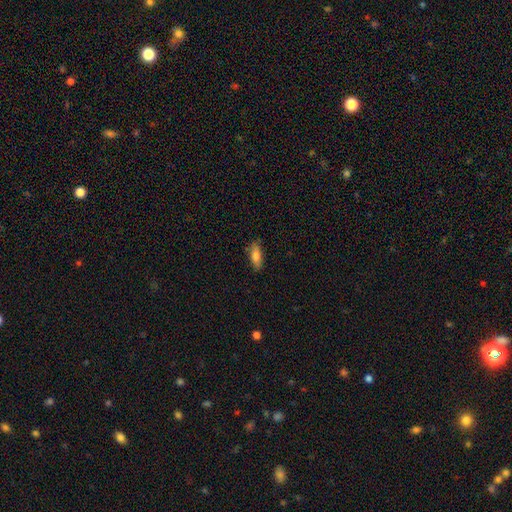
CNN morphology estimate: Smooth or featured?
  - smooth: 79% *
  - featured or disk: 14%
  - star or artifact: 7%
How rounded?
  - in between: 67% *
  - cigar-shaped: 31%
  - round: 2%
Merging?
  - none: 82% *
  - minor disturbance: 14%
  - major disturbance: 3%
  - merger: 1%